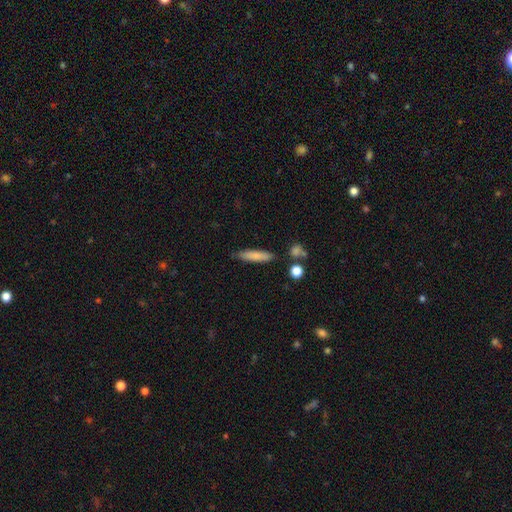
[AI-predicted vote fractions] Smooth or featured?
  - smooth: 79% *
  - featured or disk: 14%
  - star or artifact: 7%
How rounded?
  - cigar-shaped: 79% *
  - in between: 19%
  - round: 2%
Merging?
  - none: 81% *
  - minor disturbance: 13%
  - merger: 4%
  - major disturbance: 3%